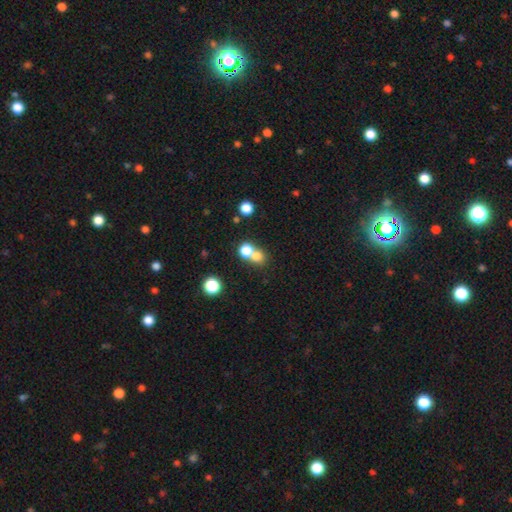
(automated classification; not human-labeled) The model was most divided on "merging": merger: 49%, none: 42%, minor disturbance: 5%, major disturbance: 3%. More confident: how rounded — round (82%); smooth or featured — smooth (74%).